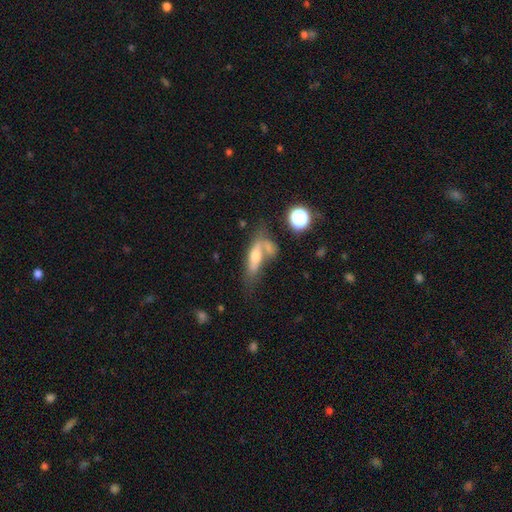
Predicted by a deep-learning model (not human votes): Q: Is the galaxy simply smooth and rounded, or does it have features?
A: smooth — 50%.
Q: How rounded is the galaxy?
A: in between — 53%.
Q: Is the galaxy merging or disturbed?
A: merger — 36%.